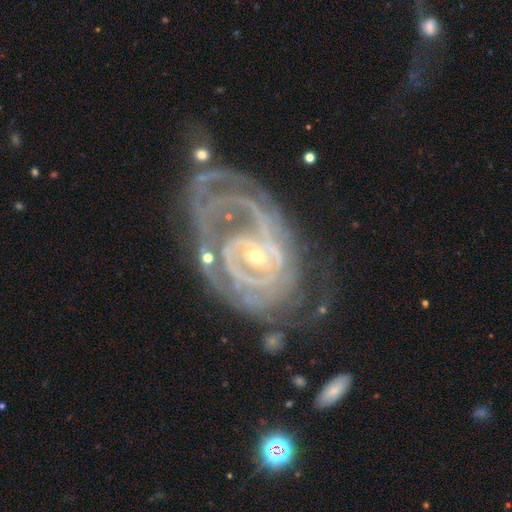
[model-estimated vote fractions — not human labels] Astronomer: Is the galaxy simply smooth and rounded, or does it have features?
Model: featured or disk — 90%.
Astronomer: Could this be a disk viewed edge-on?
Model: no — 97%.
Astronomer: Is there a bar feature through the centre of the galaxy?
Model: no — 41% (runner-up: weak, 37%).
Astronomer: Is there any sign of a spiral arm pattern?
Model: yes — 95%.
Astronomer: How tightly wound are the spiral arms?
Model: tight — 69%.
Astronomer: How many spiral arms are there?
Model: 2 — 33% (runner-up: can't tell, 27%).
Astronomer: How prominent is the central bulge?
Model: small — 69%.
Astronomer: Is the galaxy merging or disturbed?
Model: none — 40% (runner-up: major disturbance, 29%).